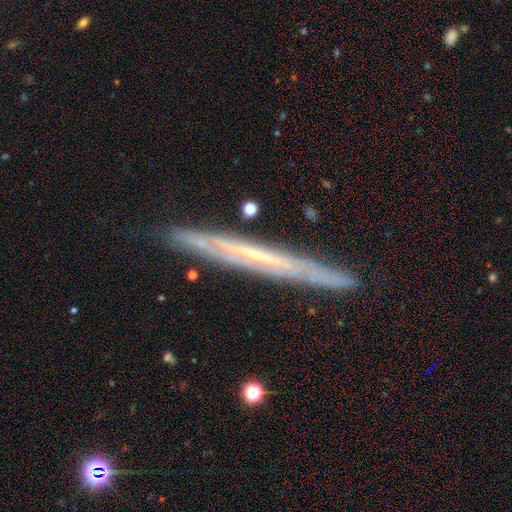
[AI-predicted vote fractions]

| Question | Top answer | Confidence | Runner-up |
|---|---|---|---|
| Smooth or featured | featured or disk | 70% | smooth (22%) |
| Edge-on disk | yes | 89% | no (11%) |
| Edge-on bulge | none | 79% | rounded (16%) |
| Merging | none | 86% | minor disturbance (10%) |